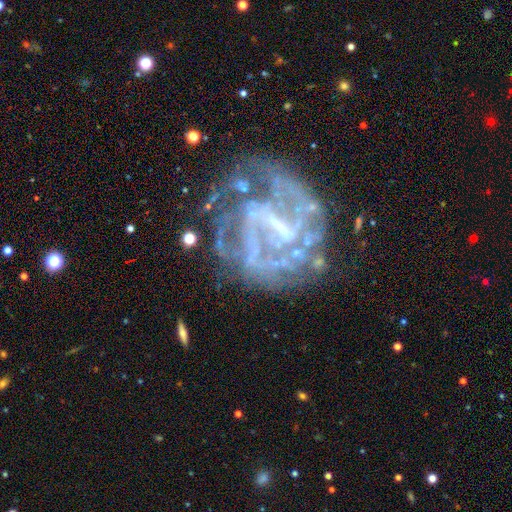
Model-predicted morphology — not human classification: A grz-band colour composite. It shows a featured or disk galaxy (84%) with a strong bar (42%), tight (45%) spiral arms (73%) and a small central bulge (43%). Merging: none (54%).